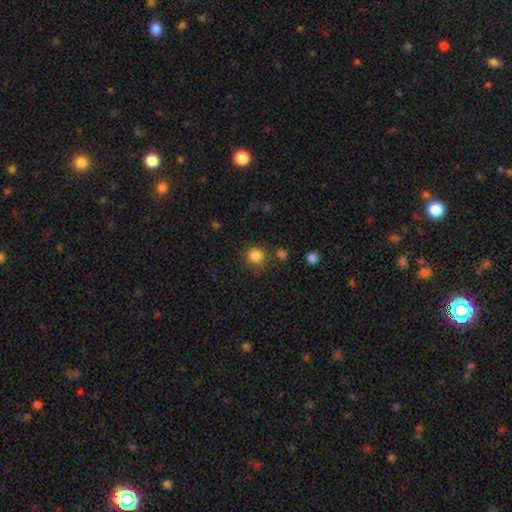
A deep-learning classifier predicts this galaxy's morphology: smooth-or-featured: smooth: 84% | star or artifact: 11% | featured or disk: 5%
  how-rounded: round: 92% | in between: 7% | cigar-shaped: 1%
  merging: none: 79% | minor disturbance: 11% | merger: 6% | major disturbance: 4%